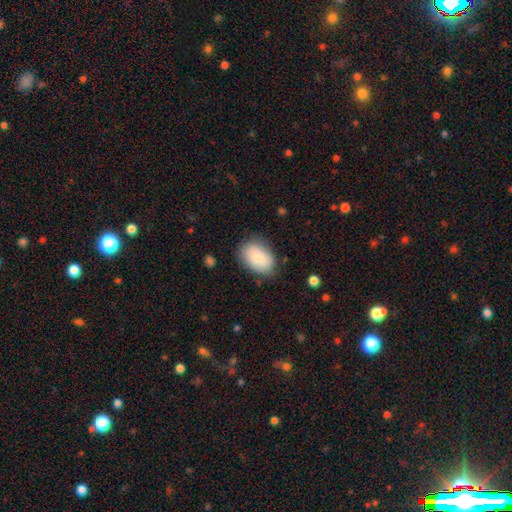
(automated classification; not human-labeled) This is clearly a smooth galaxy (83%). How rounded: clearly in between (84%). Merging: likely none (79%).